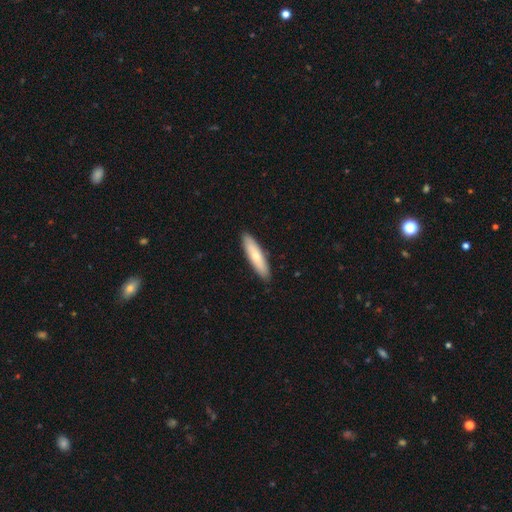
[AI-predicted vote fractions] Smooth or featured? Predicted: smooth (p=0.73). How rounded? Predicted: cigar-shaped (p=0.78). Merging? Predicted: none (p=0.90).